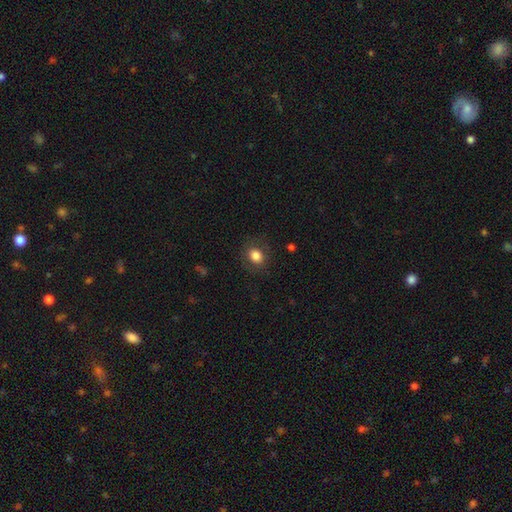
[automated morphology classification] smooth-or-featured: smooth: 82% | star or artifact: 9% | featured or disk: 9%
  how-rounded: round: 55% | in between: 44% | cigar-shaped: 1%
  merging: none: 82% | minor disturbance: 12% | major disturbance: 5% | merger: 1%